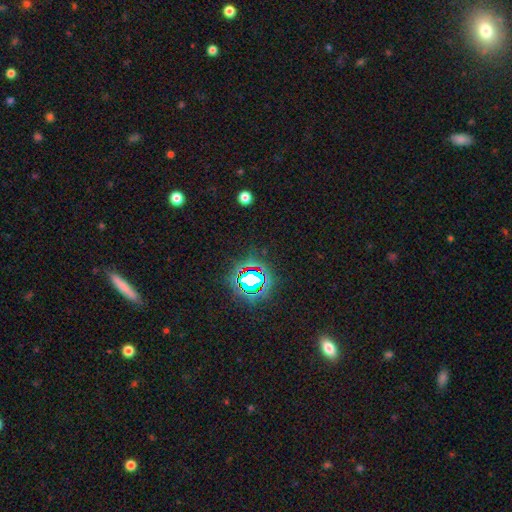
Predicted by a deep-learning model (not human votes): The model was most divided on "smooth or featured": star or artifact: 76%, smooth: 15%, featured or disk: 9%.